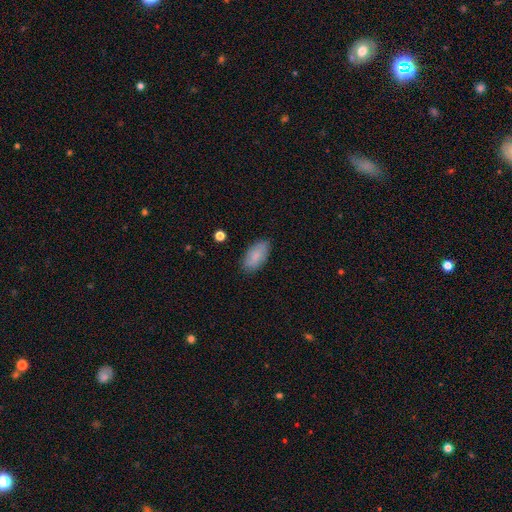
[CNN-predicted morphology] The model was most divided on "merging": none: 84%, minor disturbance: 12%, major disturbance: 2%, merger: 1%. More confident: how rounded — in between (92%); smooth or featured — smooth (83%).